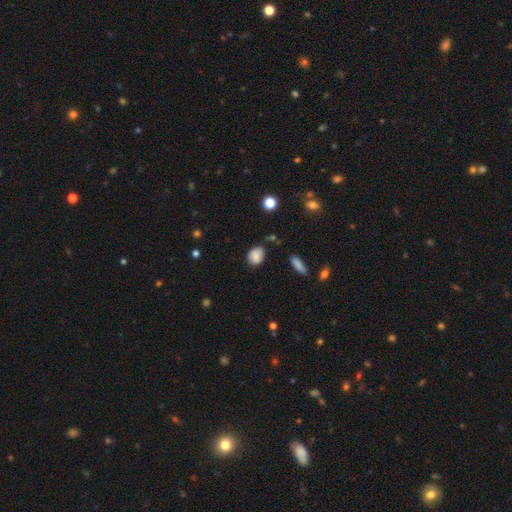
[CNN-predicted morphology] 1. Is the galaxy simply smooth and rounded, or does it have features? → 83% smooth, 10% star or artifact, 7% featured or disk.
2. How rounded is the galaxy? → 55% in between, 43% round, 1% cigar-shaped.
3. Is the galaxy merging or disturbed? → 72% none, 20% minor disturbance, 4% major disturbance, 4% merger.